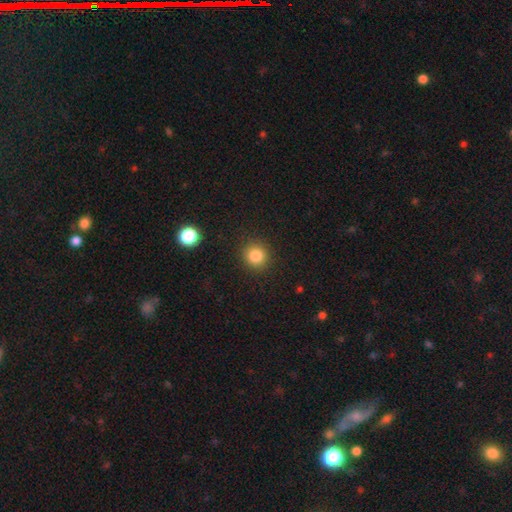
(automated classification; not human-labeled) A smooth galaxy with no disk features (84%) that is round (92%).

Vote fractions:
- Smooth or featured? smooth: 84% / star or artifact: 11% / featured or disk: 5%
- How rounded? round: 92% / in between: 8% / cigar-shaped: 1%
- Merging? none: 90% / minor disturbance: 6% / major disturbance: 2% / merger: 1%